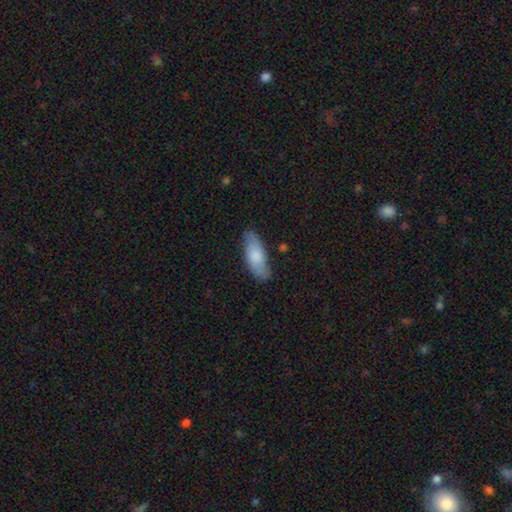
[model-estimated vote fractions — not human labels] smooth 76%, featured or disk 18%, star or artifact 6%. Down the decision tree: how rounded — in between (71%); merging — none (77%).